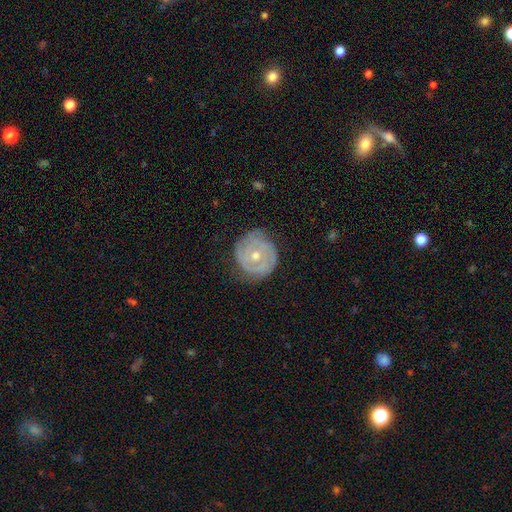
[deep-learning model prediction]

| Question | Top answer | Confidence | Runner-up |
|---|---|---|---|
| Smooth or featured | featured or disk | 74% | smooth (20%) |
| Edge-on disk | no | 97% | yes (3%) |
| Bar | no | 79% | weak (17%) |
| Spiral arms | yes | 82% | no (18%) |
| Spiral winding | tight | 72% | medium (21%) |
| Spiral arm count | can't tell | 36% | 2 (30%) |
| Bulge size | moderate | 59% | small (38%) |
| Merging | none | 73% | minor disturbance (20%) |